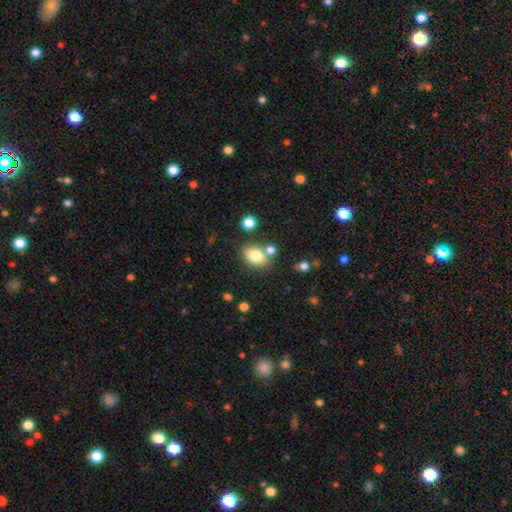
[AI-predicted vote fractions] smooth_or_featured: smooth (p=0.80) [alt: star or artifact p=0.10]
how_rounded: in between (p=0.73) [alt: round p=0.26]
merging: none (p=0.68) [alt: merger p=0.15]